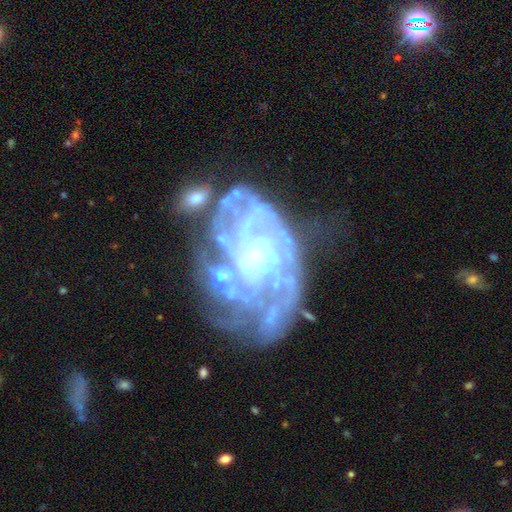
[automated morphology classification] Smooth or featured? featured or disk (86%)
Edge-on disk? no (97%)
Bar? no (49%)
Spiral arms? yes (85%)
Spiral winding? tight (58%)
Spiral arm count? can't tell (43%)
Bulge size? moderate (48%)
Merging? none (44%)